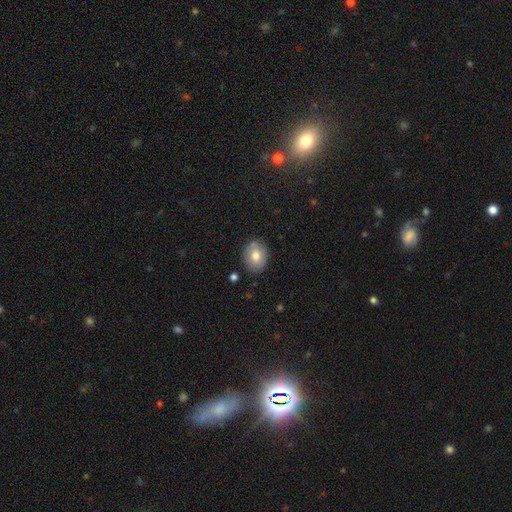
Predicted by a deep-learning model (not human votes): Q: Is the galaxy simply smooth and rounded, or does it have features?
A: smooth — 75%.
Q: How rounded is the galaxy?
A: in between — 51%.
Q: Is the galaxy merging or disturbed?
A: none — 82%.